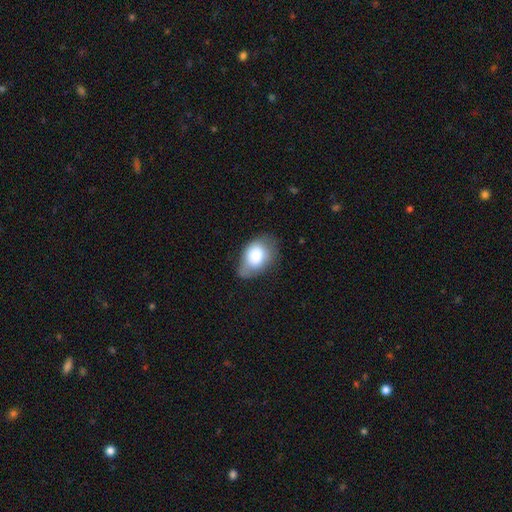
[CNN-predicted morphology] Q: Smooth or featured?
A: smooth (80%); runner-up: featured or disk (12%)
Q: How rounded?
A: in between (82%); runner-up: round (16%)
Q: Merging?
A: none (43%); runner-up: minor disturbance (38%)